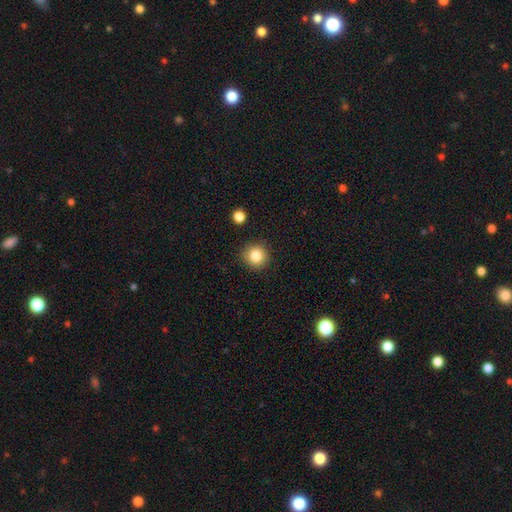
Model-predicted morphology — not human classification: This is clearly a smooth galaxy (85%). How rounded: clearly round (92%). Merging: clearly none (88%).